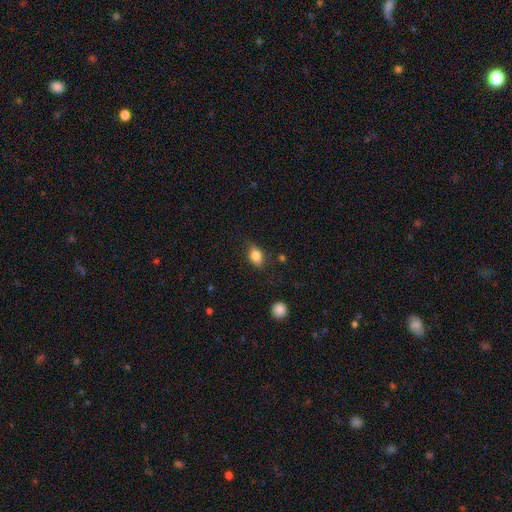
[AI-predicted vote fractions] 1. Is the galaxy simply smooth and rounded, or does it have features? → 80% smooth, 12% featured or disk, 9% star or artifact.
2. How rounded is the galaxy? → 78% in between, 19% round, 4% cigar-shaped.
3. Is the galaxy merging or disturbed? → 70% none, 23% minor disturbance, 6% major disturbance, 2% merger.